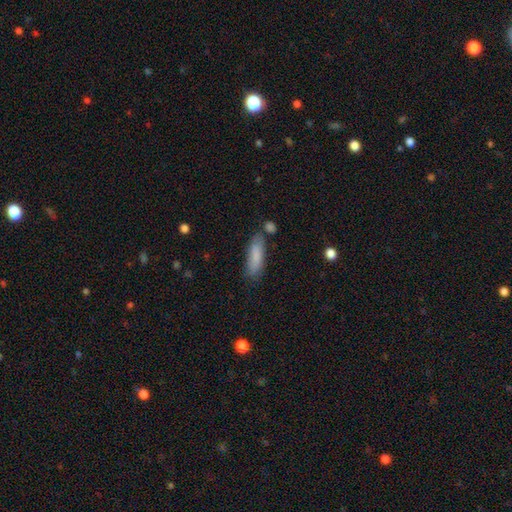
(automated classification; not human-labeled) smooth-or-featured: smooth: 83% | featured or disk: 10% | star or artifact: 6%
  how-rounded: cigar-shaped: 54% | in between: 45% | round: 2%
  merging: none: 70% | minor disturbance: 18% | merger: 7% | major disturbance: 4%